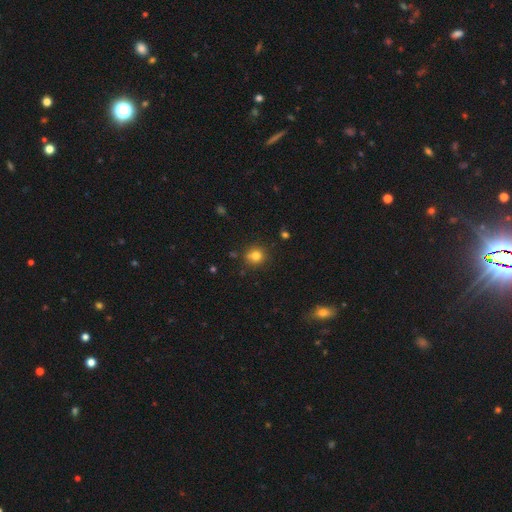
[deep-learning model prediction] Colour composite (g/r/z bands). It shows a smooth galaxy with no disk features (79%) that is round (84%). Merging: none (79%).